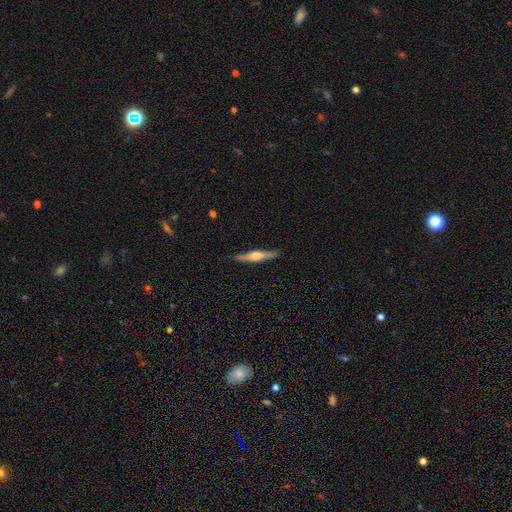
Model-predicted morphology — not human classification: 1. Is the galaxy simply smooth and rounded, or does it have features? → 67% featured or disk, 27% smooth, 5% star or artifact.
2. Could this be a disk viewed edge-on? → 97% yes, 3% no.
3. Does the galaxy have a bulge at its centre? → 88% rounded, 8% boxy, 4% none.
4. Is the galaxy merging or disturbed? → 89% none, 8% minor disturbance, 2% major disturbance, 1% merger.